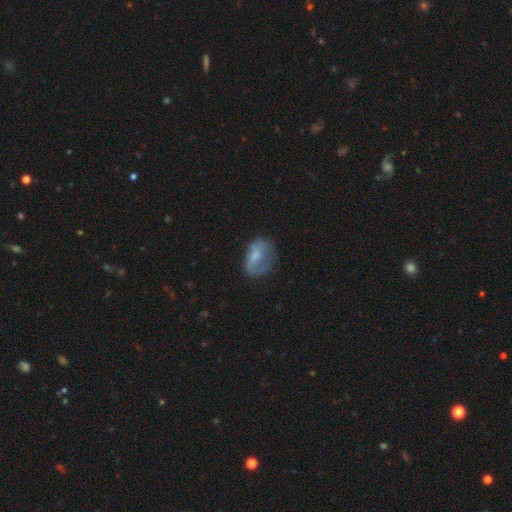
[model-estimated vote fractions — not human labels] Smooth or featured? Predicted: smooth (p=0.56). How rounded? Predicted: in between (p=0.80). Merging? Predicted: none (p=0.48).